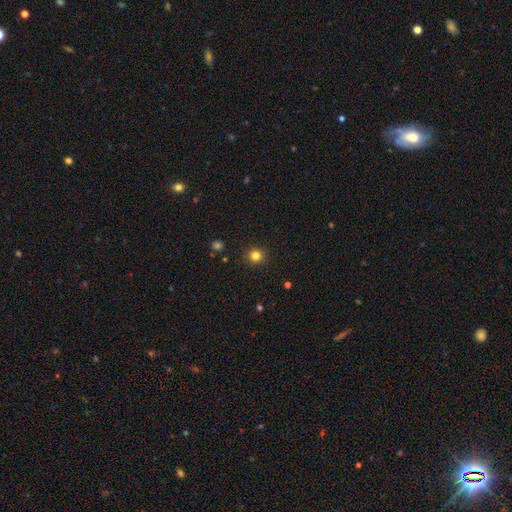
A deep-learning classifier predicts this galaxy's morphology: smooth 81%, star or artifact 14%, featured or disk 5%. Down the decision tree: how rounded — round (93%); merging — none (91%).